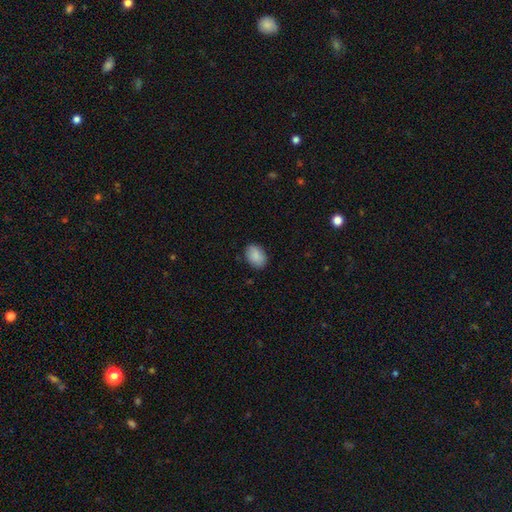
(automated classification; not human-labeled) Smooth or featured? Predicted: smooth (p=0.89). How rounded? Predicted: in between (p=0.82). Merging? Predicted: none (p=0.86).